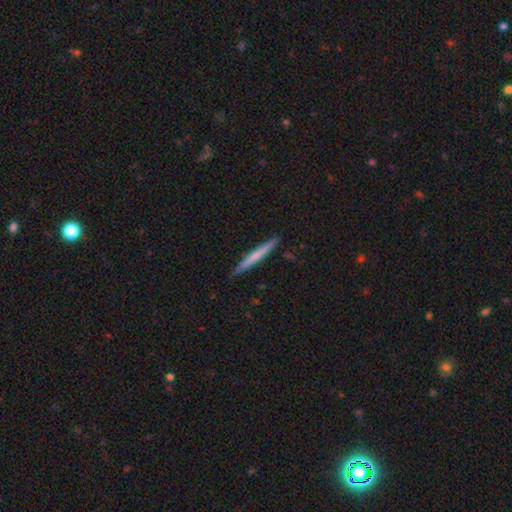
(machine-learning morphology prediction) Smooth or featured: smooth — 60% (featured or disk — 35%)
How rounded: cigar-shaped — 97% (in between — 2%)
Merging: none — 90% (minor disturbance — 8%)